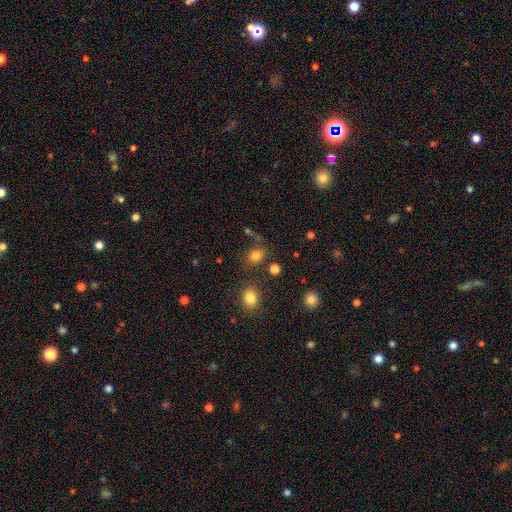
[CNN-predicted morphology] smooth 78%, star or artifact 15%, featured or disk 7%. Down the decision tree: how rounded — round (63%); merging — none (72%).